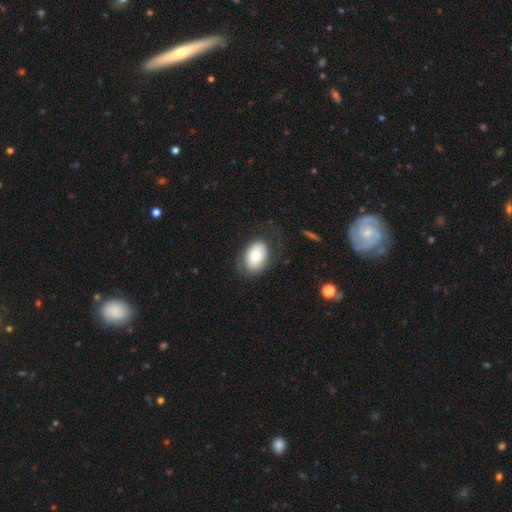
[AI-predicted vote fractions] This appears to be a smooth galaxy with no disk features (70%) that is in between round and cigar-shaped (82%). Merging: none (69%).